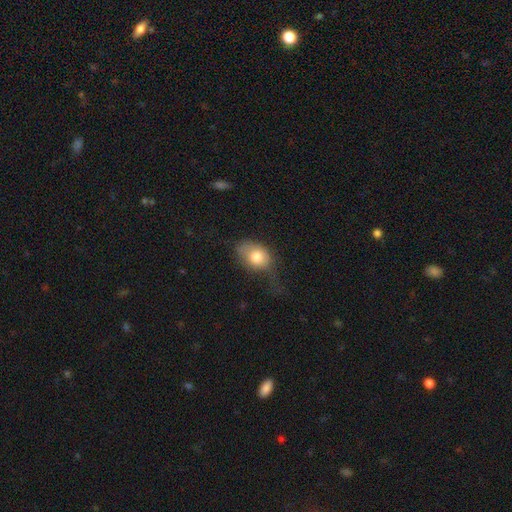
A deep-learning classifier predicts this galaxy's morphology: A smooth galaxy with no disk features (77%) that is in between round and cigar-shaped (68%).

Vote fractions:
- Smooth or featured? smooth: 77% / featured or disk: 14% / star or artifact: 9%
- How rounded? in between: 68% / round: 31% / cigar-shaped: 2%
- Merging? minor disturbance: 37% / none: 33% / major disturbance: 28% / merger: 3%